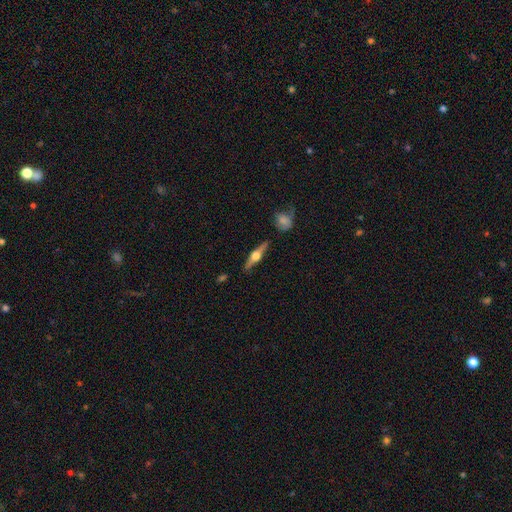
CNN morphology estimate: A featured or disk galaxy (75%) viewed edge-on (97%) with a rounded central bulge (95%). Merging: none (87%).